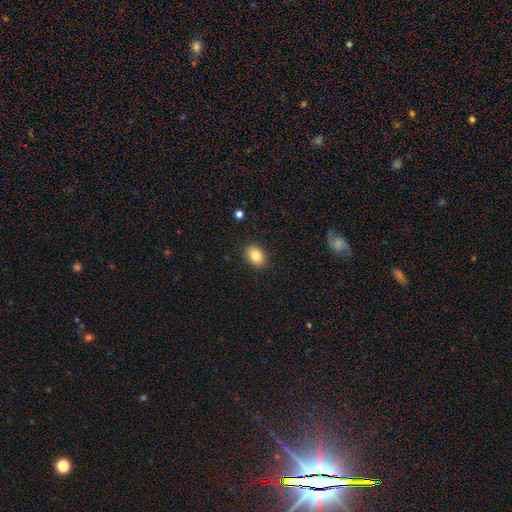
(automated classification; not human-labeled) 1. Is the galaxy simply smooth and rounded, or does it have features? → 83% smooth, 9% star or artifact, 8% featured or disk.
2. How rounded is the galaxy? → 71% in between, 28% round, 1% cigar-shaped.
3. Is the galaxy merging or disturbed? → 90% none, 7% minor disturbance, 2% major disturbance, 1% merger.